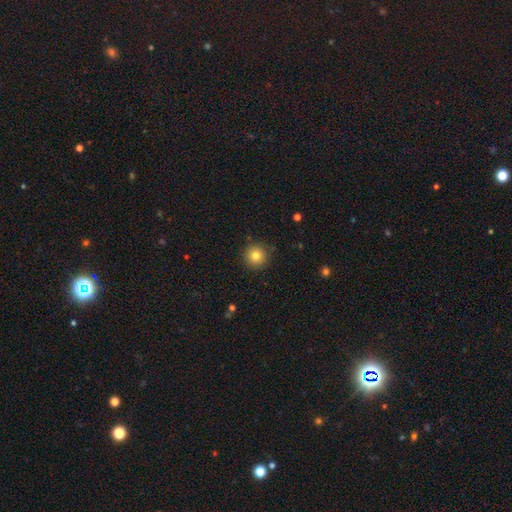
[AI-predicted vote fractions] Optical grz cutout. It shows a smooth galaxy with no disk features (80%) that is round (95%). Merging: none (89%).